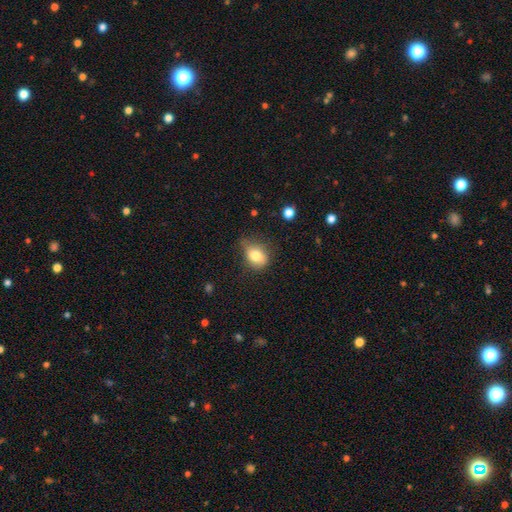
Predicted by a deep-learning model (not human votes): Smooth or featured: smooth — 78% (featured or disk — 13%)
How rounded: in between — 57% (round — 41%)
Merging: none — 50% (minor disturbance — 37%)